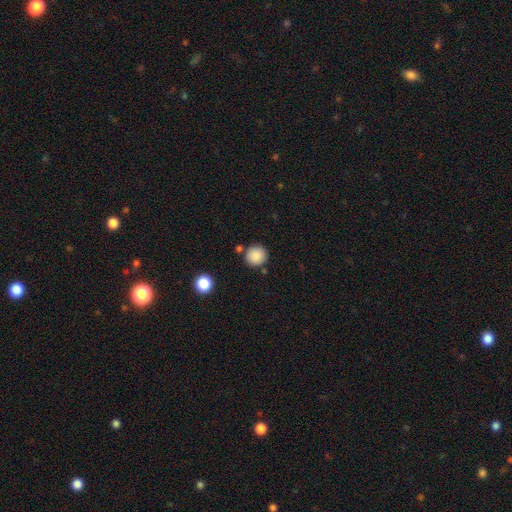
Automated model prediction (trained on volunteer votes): Smooth or featured? Predicted: smooth (p=0.87). How rounded? Predicted: round (p=0.92). Merging? Predicted: none (p=0.83).